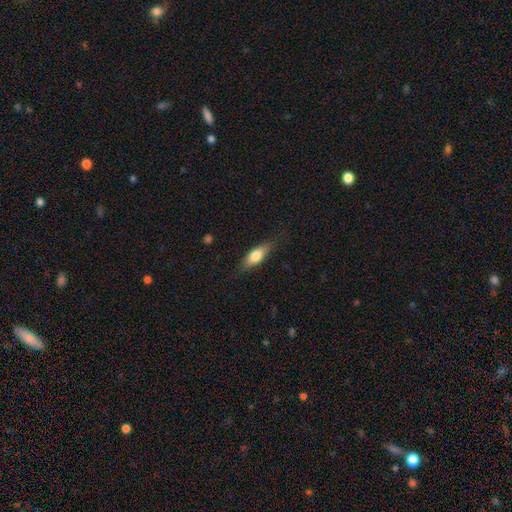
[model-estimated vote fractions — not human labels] Smooth or featured? smooth (71%)
How rounded? in between (68%)
Merging? none (78%)